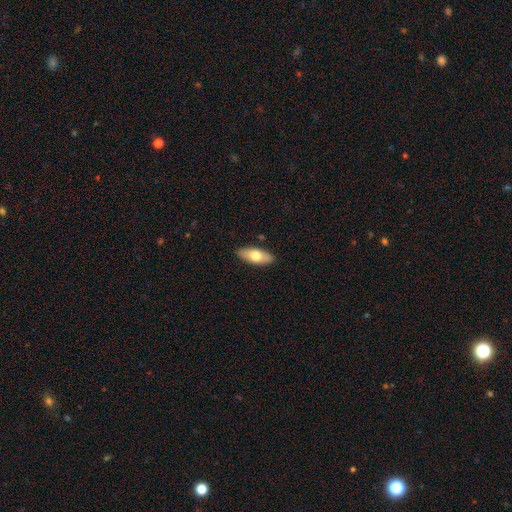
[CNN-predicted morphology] A smooth galaxy with no disk features (68%) that is in between round and cigar-shaped (78%).

Vote fractions:
- Smooth or featured? smooth: 68% / featured or disk: 26% / star or artifact: 6%
- How rounded? in between: 78% / cigar-shaped: 20% / round: 2%
- Merging? none: 89% / minor disturbance: 8% / major disturbance: 2% / merger: 1%